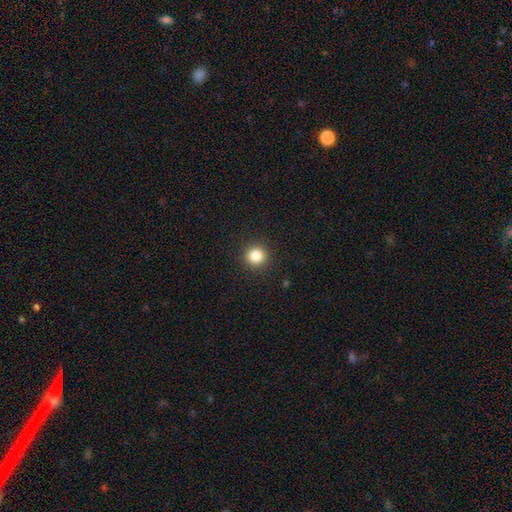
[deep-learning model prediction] Smooth or featured? smooth (84%)
How rounded? round (94%)
Merging? none (92%)